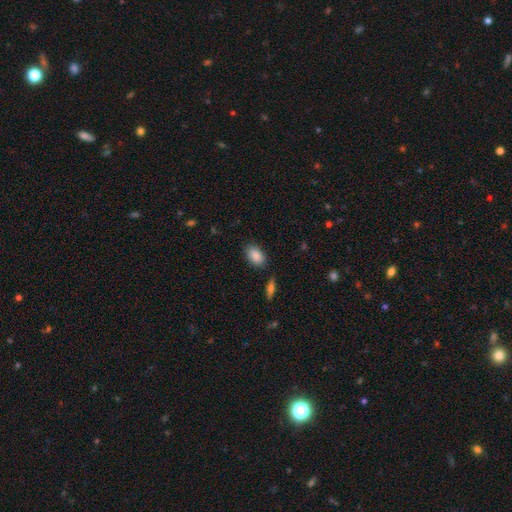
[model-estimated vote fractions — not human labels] Morphology: type=smooth (87%); roundness=in between (91%); merging=none (84%).